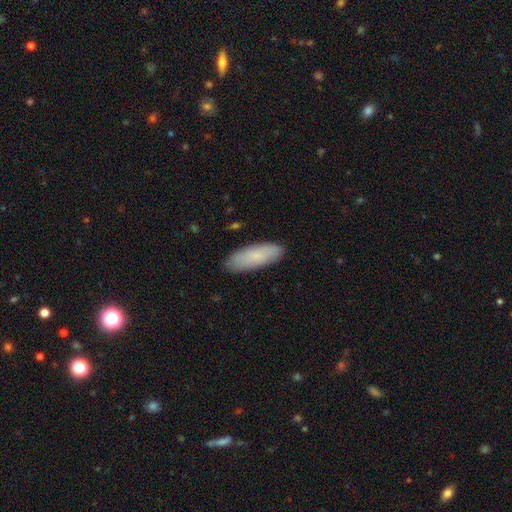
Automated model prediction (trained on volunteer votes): This is clearly a smooth galaxy (80%). How rounded: likely in between (60%). Merging: clearly none (86%).